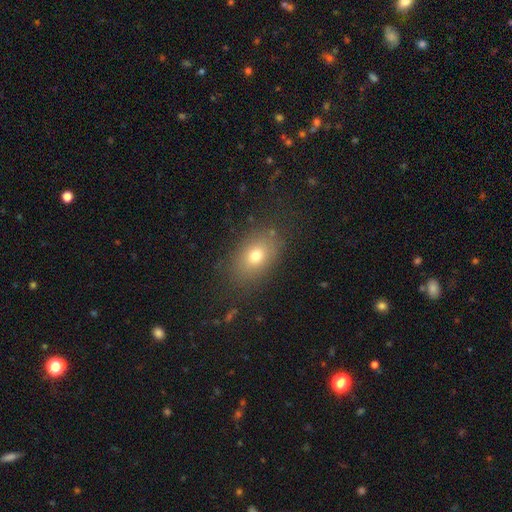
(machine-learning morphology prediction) smooth 73%, featured or disk 14%, star or artifact 12%. Down the decision tree: how rounded — in between (78%); merging — none (81%).